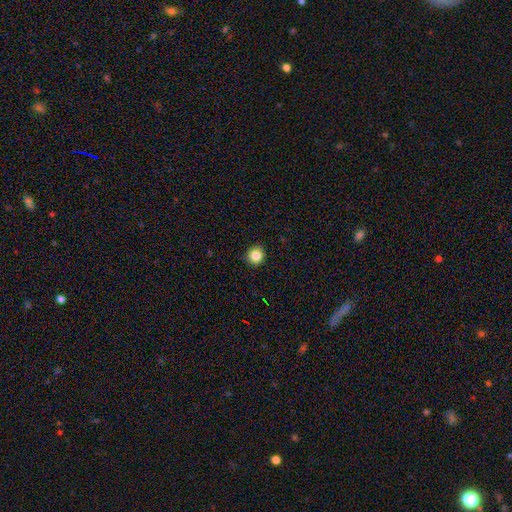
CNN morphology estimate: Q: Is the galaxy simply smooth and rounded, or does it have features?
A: smooth — 85%.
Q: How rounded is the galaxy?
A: round — 89%.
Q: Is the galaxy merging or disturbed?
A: none — 91%.